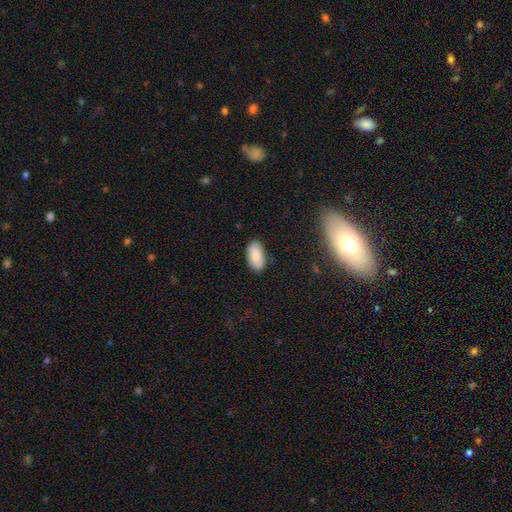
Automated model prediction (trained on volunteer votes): Smooth or featured? Predicted: smooth (p=0.84). How rounded? Predicted: in between (p=0.94). Merging? Predicted: none (p=0.85).